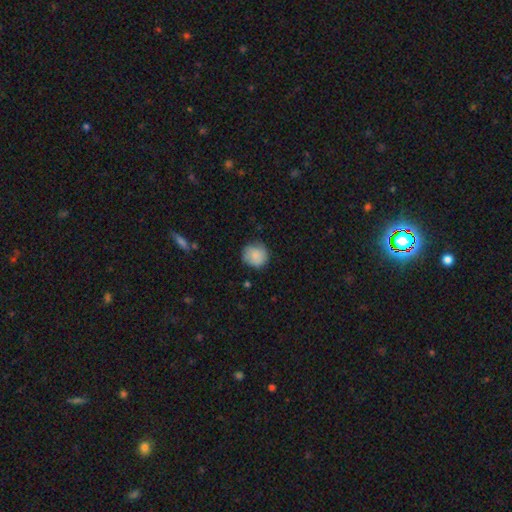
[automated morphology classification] Q: Smooth or featured?
A: smooth (80%); runner-up: featured or disk (13%)
Q: How rounded?
A: round (89%); runner-up: in between (10%)
Q: Merging?
A: none (77%); runner-up: minor disturbance (17%)